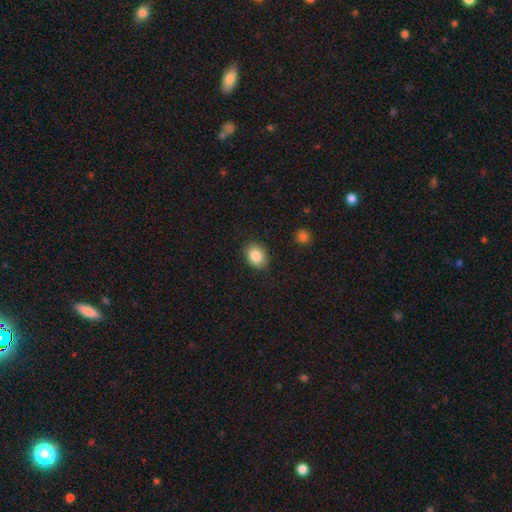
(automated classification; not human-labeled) Smooth or featured? smooth (86%)
How rounded? in between (64%)
Merging? none (85%)